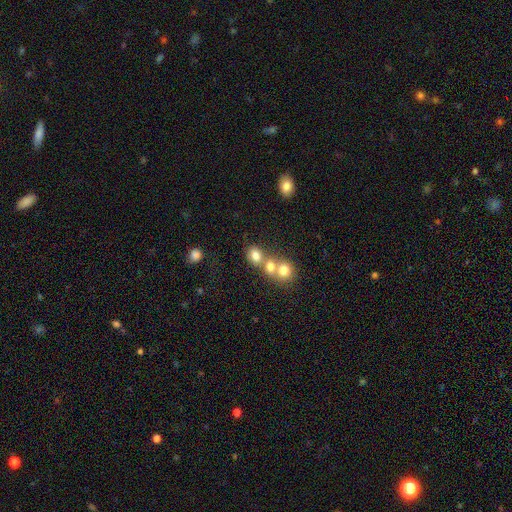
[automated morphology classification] type=smooth (76%); roundness=round (57%); merging=merger (48%).